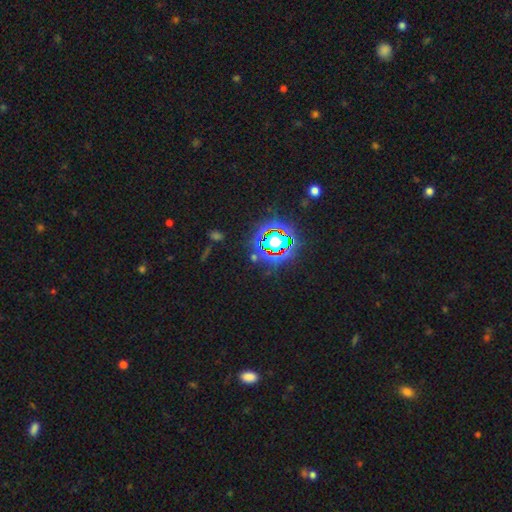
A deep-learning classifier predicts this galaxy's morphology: Q: Smooth or featured?
A: star or artifact (77%); runner-up: smooth (14%)